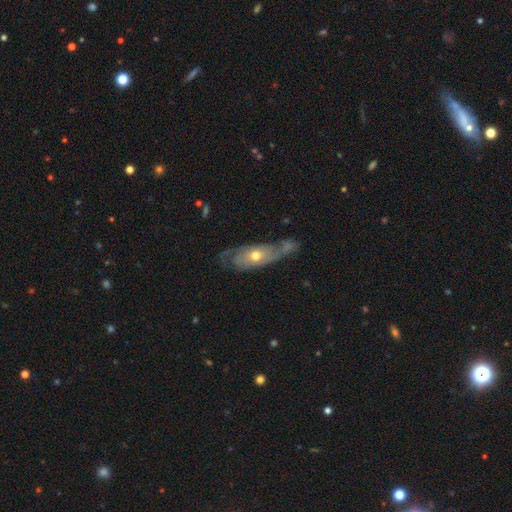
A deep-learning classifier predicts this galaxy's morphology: Smooth or featured?
  - featured or disk: 65% *
  - smooth: 29%
  - star or artifact: 6%
Edge-on disk?
  - no: 80% *
  - yes: 20%
Bar?
  - no: 84% *
  - weak: 13%
  - strong: 3%
Spiral arms?
  - yes: 65% *
  - no: 35%
Bulge size?
  - moderate: 67% *
  - small: 26%
  - large: 5%
  - none: 1%
  - dominant: 1%
Merging?
  - none: 47% *
  - minor disturbance: 27%
  - major disturbance: 20%
  - merger: 6%